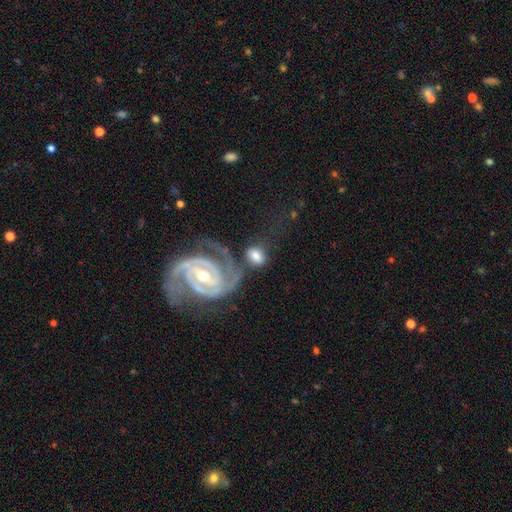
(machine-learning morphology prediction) Smooth or featured: smooth — 48% (featured or disk — 44%)
Merging: none — 46% (merger — 23%)